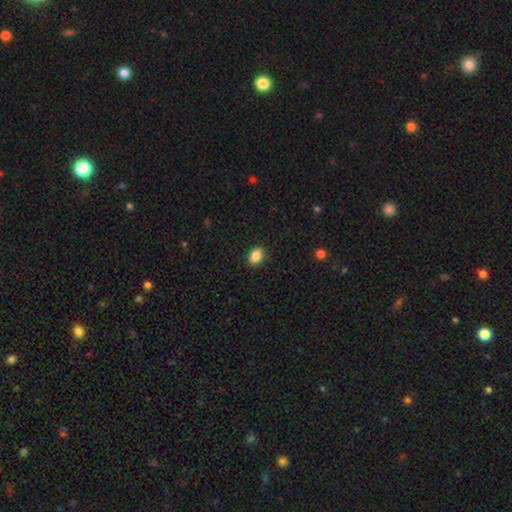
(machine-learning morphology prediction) A smooth galaxy with no disk features (87%) that is in between round and cigar-shaped (79%).

Vote fractions:
- Smooth or featured? smooth: 87% / star or artifact: 9% / featured or disk: 4%
- How rounded? in between: 79% / round: 19% / cigar-shaped: 2%
- Merging? none: 88% / minor disturbance: 9% / major disturbance: 2% / merger: 1%